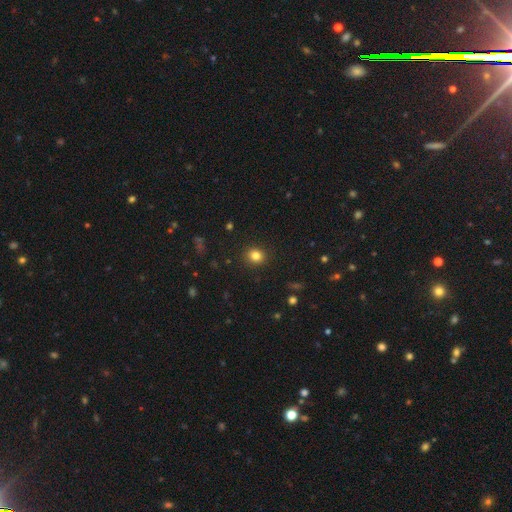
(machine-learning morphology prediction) smooth 82%, star or artifact 12%, featured or disk 6%. Down the decision tree: how rounded — round (76%); merging — none (90%).